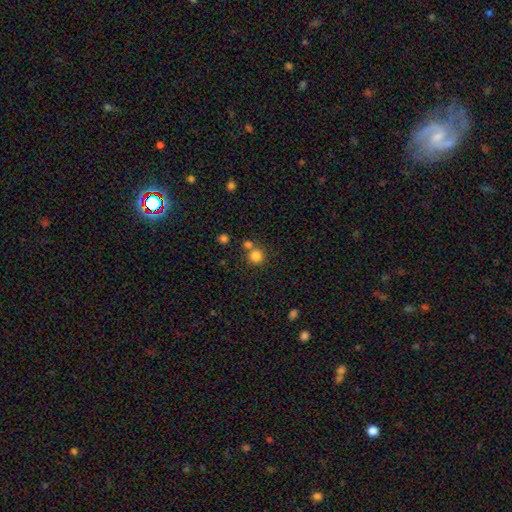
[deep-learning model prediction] This appears to be a smooth galaxy with no disk features (81%) that is round (92%). Merging: none (64%).